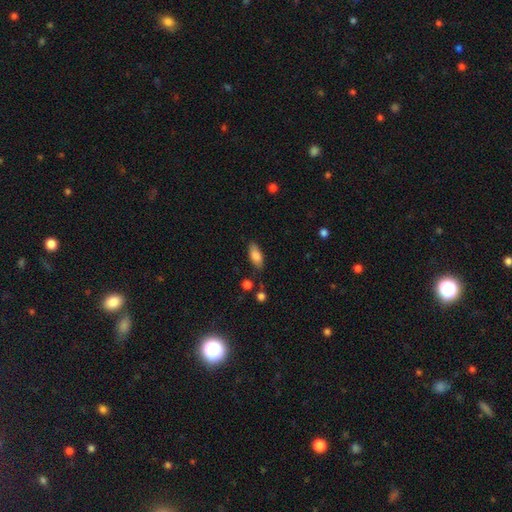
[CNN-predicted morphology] This appears to be a smooth galaxy with no disk features (83%) that is in between round and cigar-shaped (84%). Merging: none (78%).